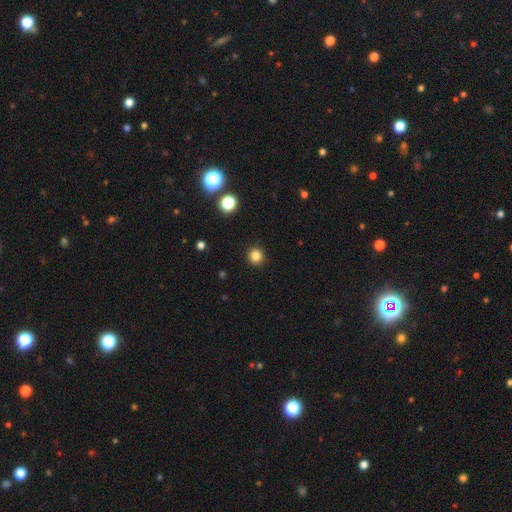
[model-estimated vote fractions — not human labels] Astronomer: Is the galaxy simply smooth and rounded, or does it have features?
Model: smooth — 83%.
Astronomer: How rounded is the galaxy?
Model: round — 91%.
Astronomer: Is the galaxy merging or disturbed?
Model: none — 92%.